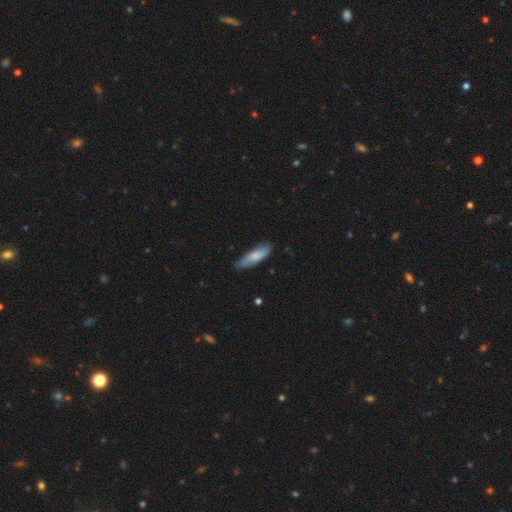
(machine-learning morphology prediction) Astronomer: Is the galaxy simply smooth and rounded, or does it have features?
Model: smooth — 76%.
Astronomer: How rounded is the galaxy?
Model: cigar-shaped — 56% (runner-up: in between, 42%).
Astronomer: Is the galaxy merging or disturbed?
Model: none — 77%.